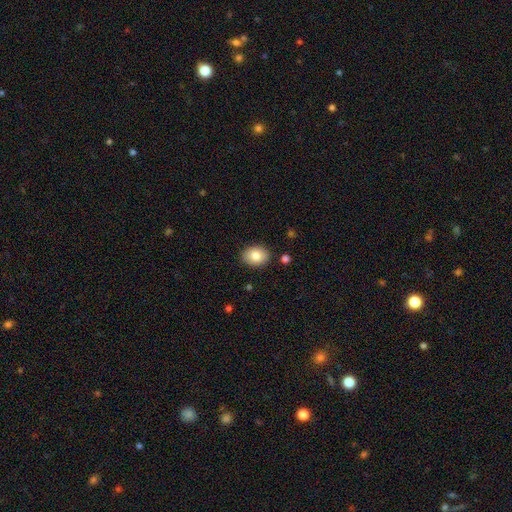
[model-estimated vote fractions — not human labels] The model was most divided on "how rounded": in between: 68%, round: 31%, cigar-shaped: 1%. More confident: merging — none (88%); smooth or featured — smooth (83%).